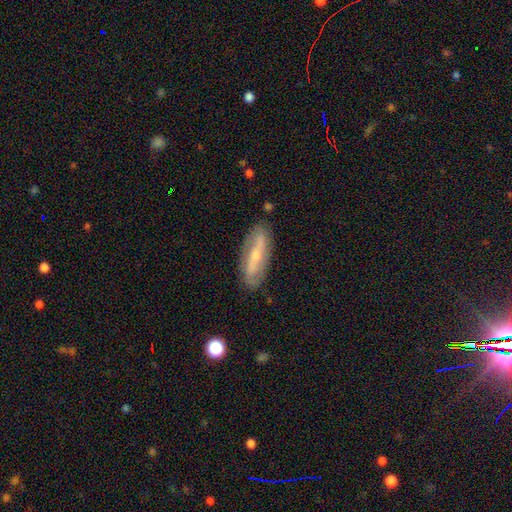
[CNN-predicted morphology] This is likely a featured or disk galaxy (64%). It is likely not viewed edge-on (74%). Merging: clearly none (83%).